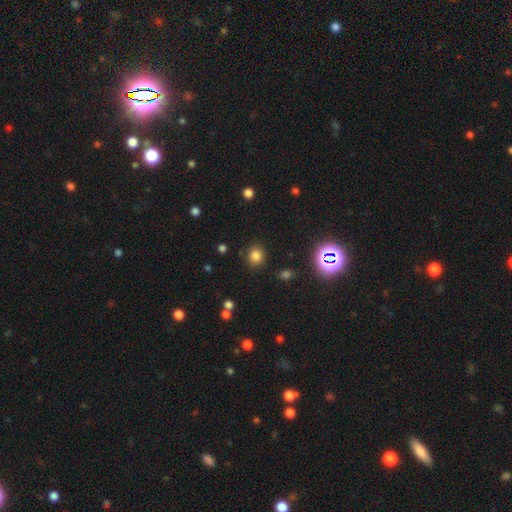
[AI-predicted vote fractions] smooth-or-featured: smooth: 78% | star or artifact: 17% | featured or disk: 5%
  how-rounded: round: 81% | in between: 18% | cigar-shaped: 1%
  merging: none: 86% | minor disturbance: 8% | major disturbance: 3% | merger: 2%